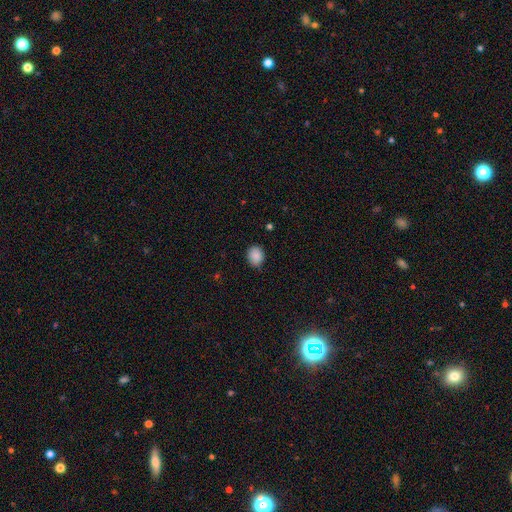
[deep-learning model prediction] smooth 88%, star or artifact 9%, featured or disk 4%. Down the decision tree: how rounded — round (62%); merging — none (83%).